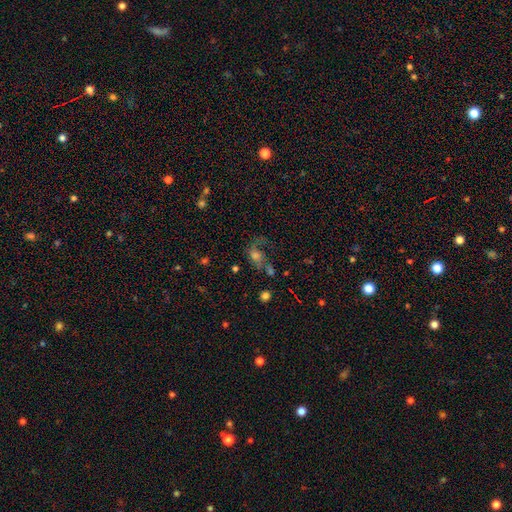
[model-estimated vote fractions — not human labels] A featured or disk galaxy (45%). Merging: major disturbance (37%).